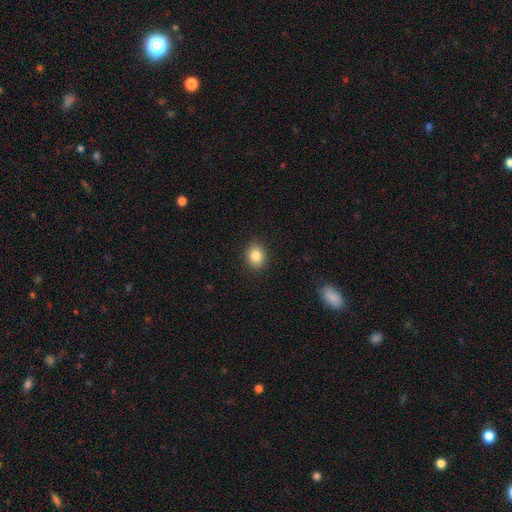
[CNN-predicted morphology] A smooth galaxy with no disk features (85%) that is round (53%). Merging: none (90%).